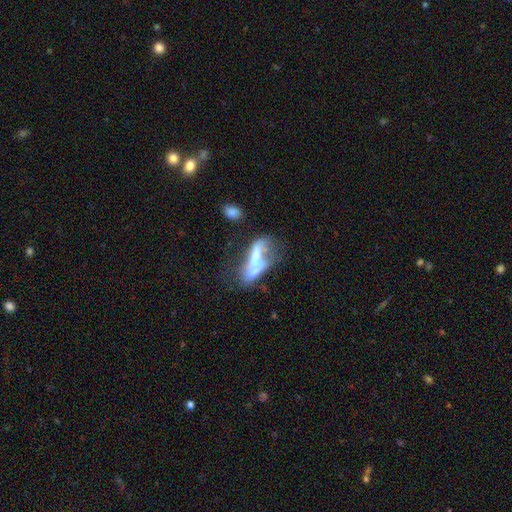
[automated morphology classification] smooth-or-featured: featured or disk: 50% | smooth: 41% | star or artifact: 9%
  disk-edge-on: no: 80% | yes: 20%
  merging: major disturbance: 29% | merger: 27% | none: 25% | minor disturbance: 19%